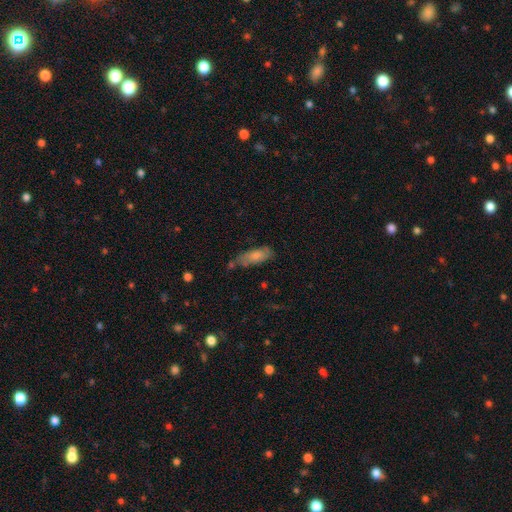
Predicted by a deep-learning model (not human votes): Smooth or featured?
  - smooth: 76% *
  - featured or disk: 17%
  - star or artifact: 7%
How rounded?
  - in between: 66% *
  - cigar-shaped: 32%
  - round: 2%
Merging?
  - none: 54% *
  - minor disturbance: 29%
  - merger: 9%
  - major disturbance: 9%